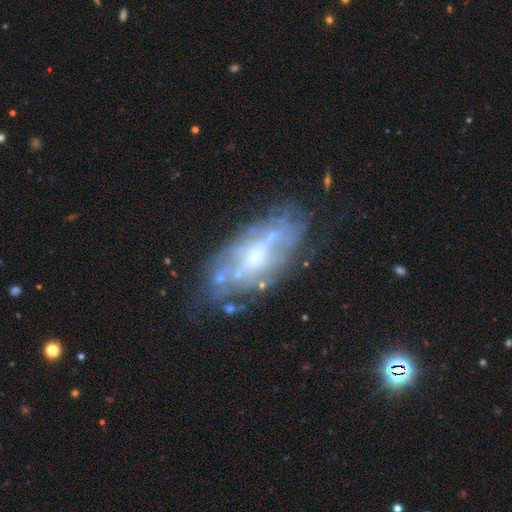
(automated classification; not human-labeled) This is likely a featured or disk galaxy (70%). It is clearly not viewed edge-on (85%). Bar: possibly no (51%). Spiral arm pattern: possibly no (56%). Central bulge: possibly small (48%). Merging: likely none (63%).